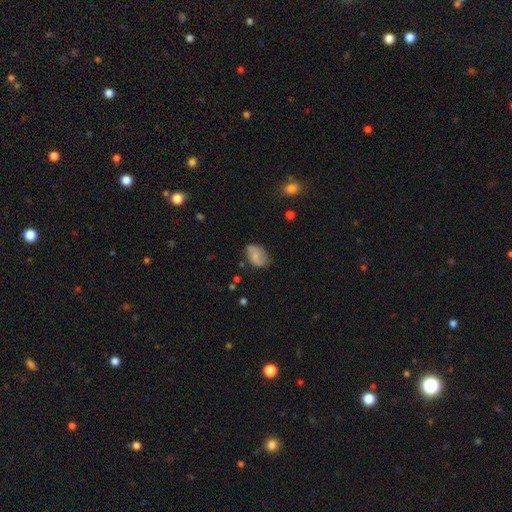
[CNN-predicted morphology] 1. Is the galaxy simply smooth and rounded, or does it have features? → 55% smooth, 37% featured or disk, 8% star or artifact.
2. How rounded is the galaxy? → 82% in between, 16% round, 2% cigar-shaped.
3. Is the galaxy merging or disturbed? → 68% none, 24% minor disturbance, 6% major disturbance, 3% merger.